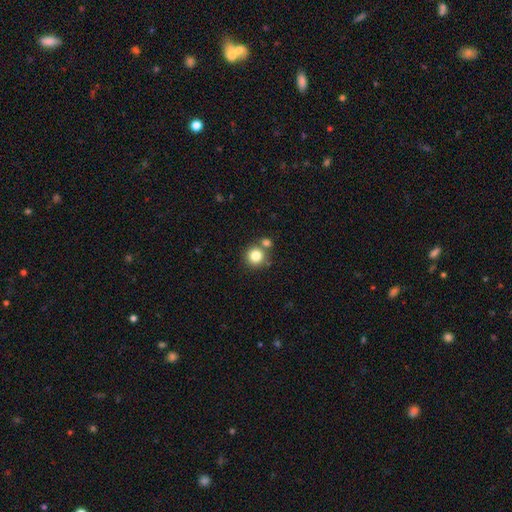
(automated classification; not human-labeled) Smooth or featured? Predicted: smooth (p=0.82). How rounded? Predicted: round (p=0.92). Merging? Predicted: none (p=0.70).